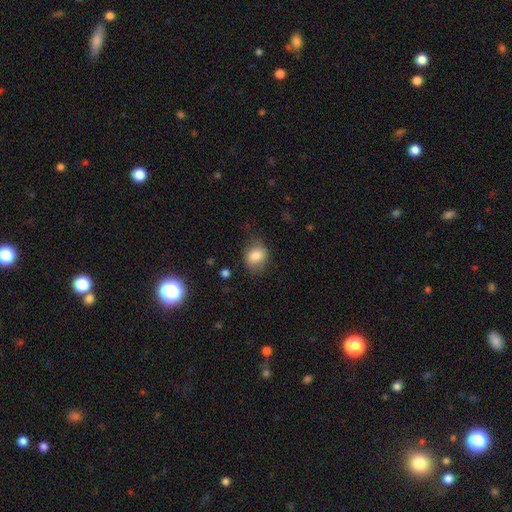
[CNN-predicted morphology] A smooth galaxy with no disk features (81%) that is round (50%).

Vote fractions:
- Smooth or featured? smooth: 81% / featured or disk: 10% / star or artifact: 9%
- How rounded? round: 50% / in between: 49% / cigar-shaped: 1%
- Merging? none: 65% / minor disturbance: 24% / major disturbance: 9% / merger: 2%